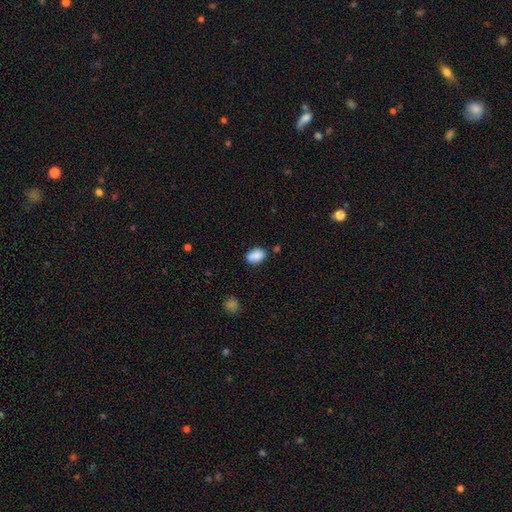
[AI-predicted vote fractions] smooth 86%, star or artifact 8%, featured or disk 6%. Down the decision tree: how rounded — in between (86%); merging — none (73%).